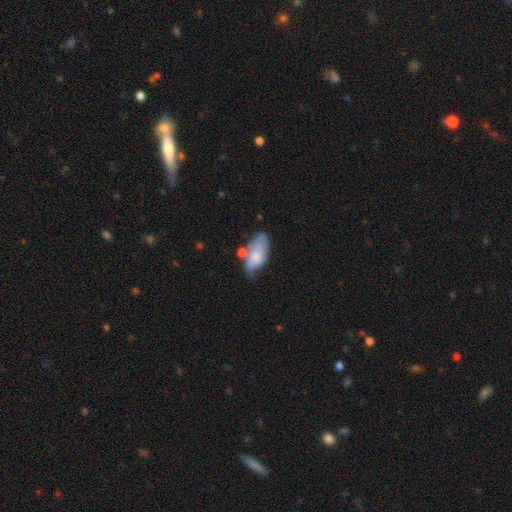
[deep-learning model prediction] Q: Smooth or featured?
A: smooth (72%); runner-up: featured or disk (21%)
Q: How rounded?
A: in between (91%); runner-up: cigar-shaped (6%)
Q: Merging?
A: none (42%); runner-up: minor disturbance (30%)